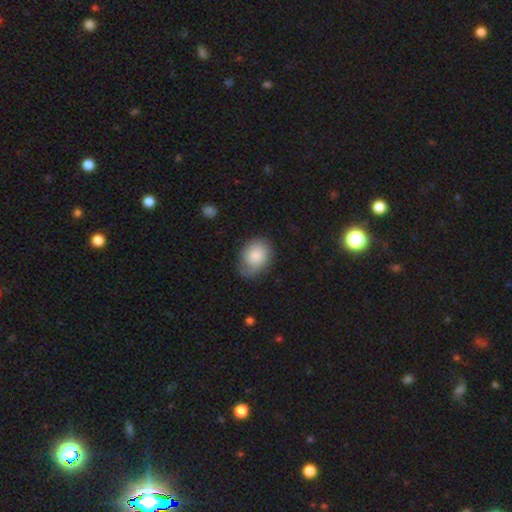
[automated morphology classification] Smooth or featured? smooth (68%)
How rounded? in between (59%)
Merging? none (56%)